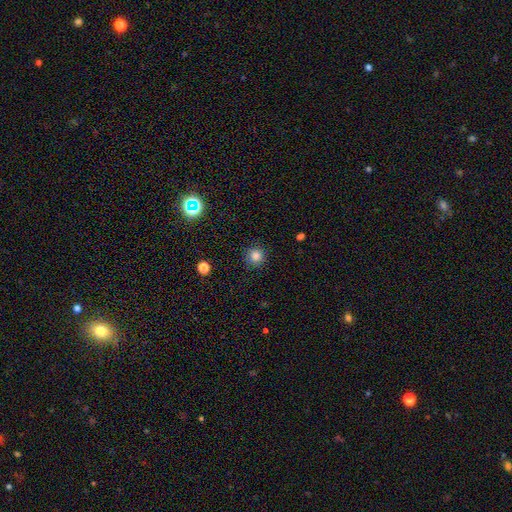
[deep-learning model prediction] A smooth galaxy with no disk features (84%) that is round (94%).

Vote fractions:
- Smooth or featured? smooth: 84% / star or artifact: 12% / featured or disk: 4%
- How rounded? round: 94% / in between: 5% / cigar-shaped: 1%
- Merging? none: 89% / minor disturbance: 8% / major disturbance: 3% / merger: 1%